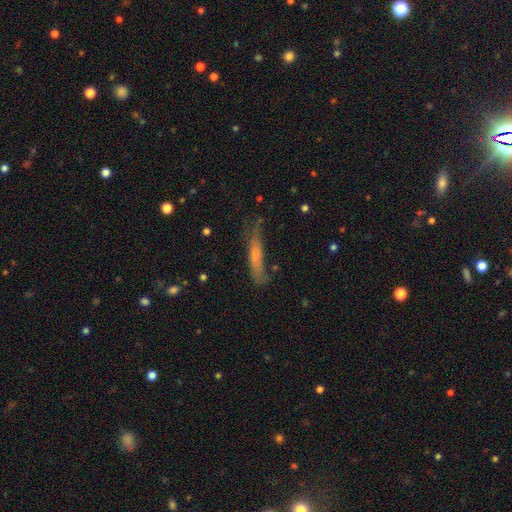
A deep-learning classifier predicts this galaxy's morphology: A smooth galaxy with no disk features (60%) that is cigar-shaped (87%).

Vote fractions:
- Smooth or featured? smooth: 60% / featured or disk: 32% / star or artifact: 8%
- How rounded? cigar-shaped: 87% / in between: 11% / round: 2%
- Merging? none: 57% / minor disturbance: 29% / major disturbance: 11% / merger: 3%